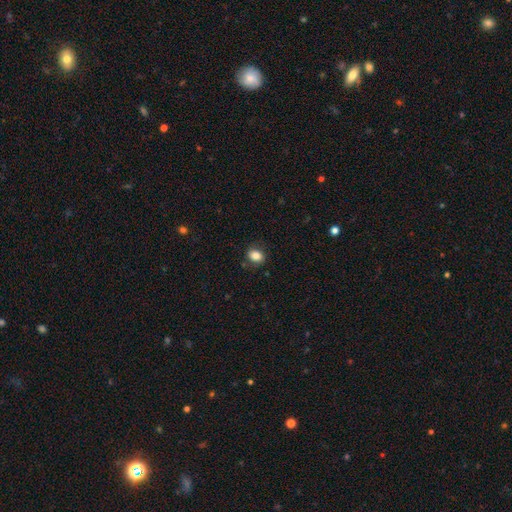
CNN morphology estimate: smooth-or-featured: smooth: 83% | star or artifact: 10% | featured or disk: 8%
  how-rounded: in between: 53% | round: 46% | cigar-shaped: 1%
  merging: none: 82% | minor disturbance: 13% | major disturbance: 3% | merger: 2%